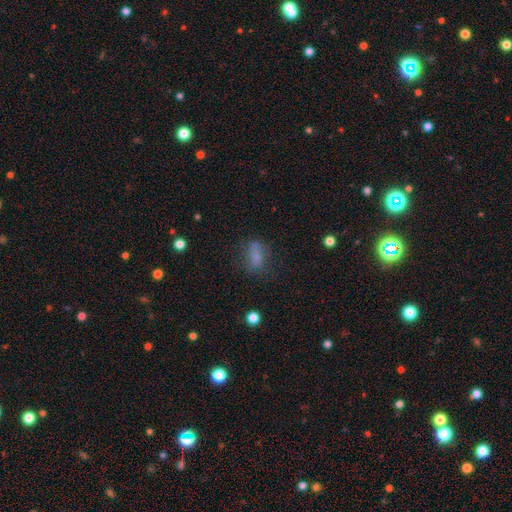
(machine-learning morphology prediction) Smooth or featured? smooth (71%)
How rounded? in between (77%)
Merging? none (57%)